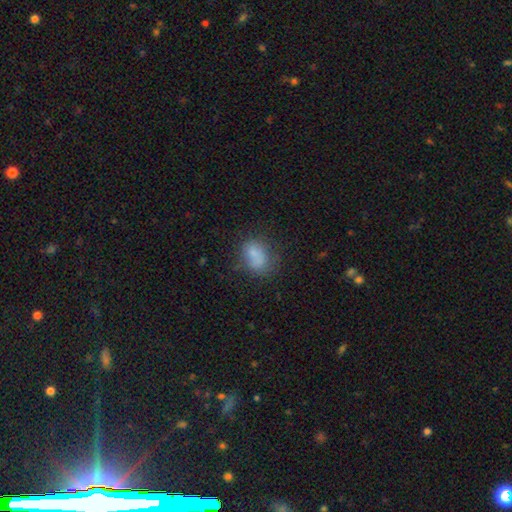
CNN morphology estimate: A smooth galaxy with no disk features (73%) that is in between round and cigar-shaped (66%). Merging: none (49%).